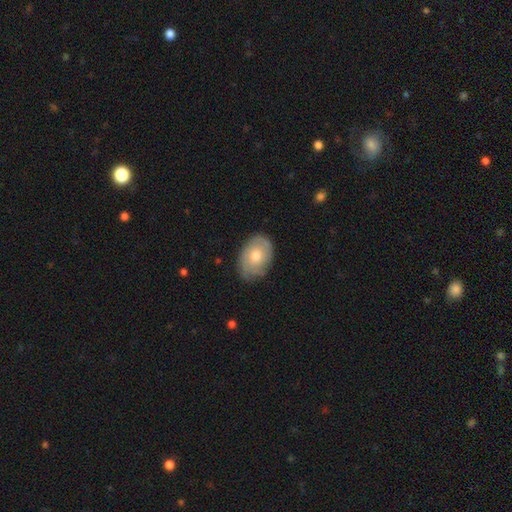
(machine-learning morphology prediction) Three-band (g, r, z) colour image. It shows a smooth galaxy with no disk features (52%) that is in between round and cigar-shaped (80%). Merging: none (76%).